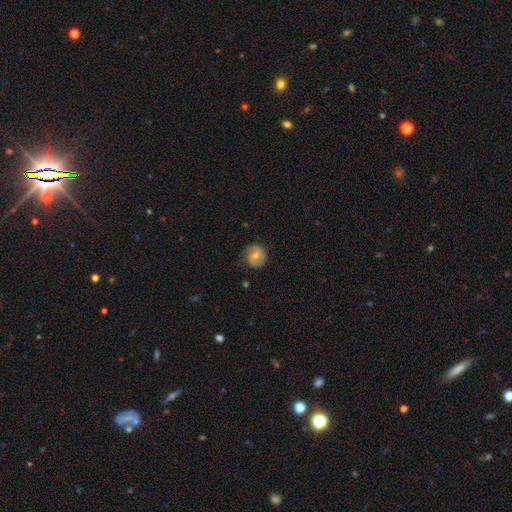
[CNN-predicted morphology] Smooth or featured? smooth (50%)
How rounded? round (86%)
Merging? none (75%)